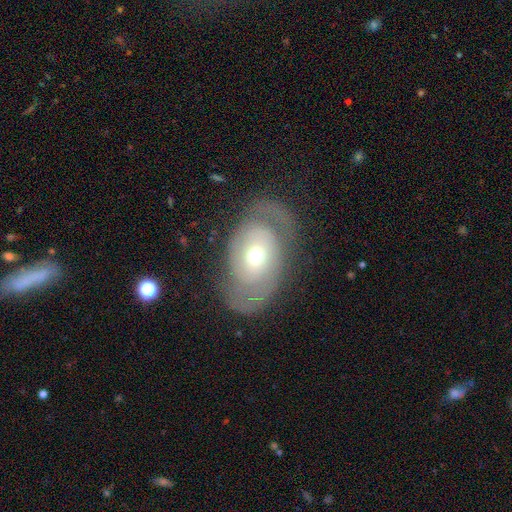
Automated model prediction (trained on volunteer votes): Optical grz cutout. It shows a featured or disk galaxy (67%) with no bar (79%), spiral arms (64%) and a moderate central bulge (65%). Merging: none (69%).